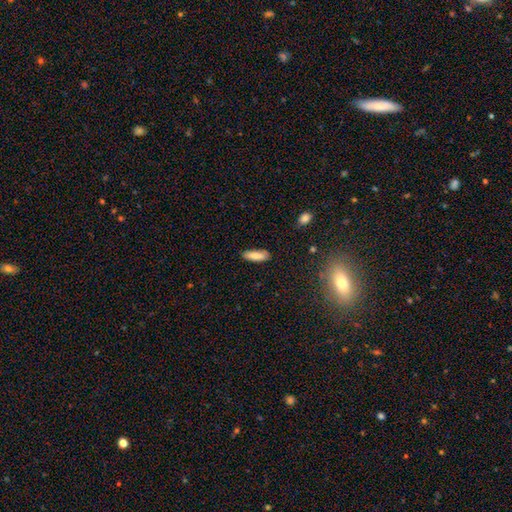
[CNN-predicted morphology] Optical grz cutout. It shows a smooth galaxy with no disk features (82%) that is cigar-shaped (50%). Merging: none (83%).